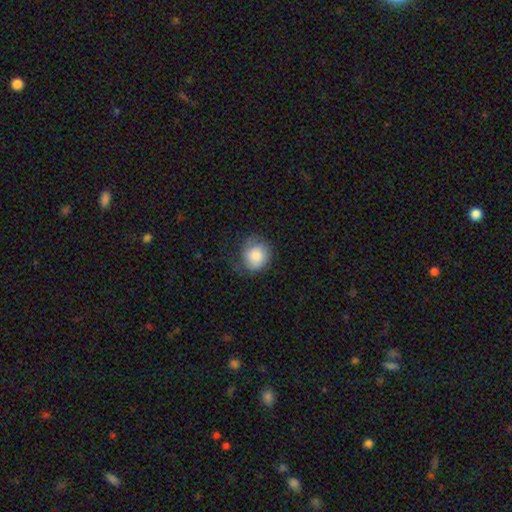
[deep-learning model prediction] smooth-or-featured: smooth: 79% | featured or disk: 14% | star or artifact: 7%
  how-rounded: round: 80% | in between: 19% | cigar-shaped: 1%
  merging: none: 59% | minor disturbance: 28% | major disturbance: 12% | merger: 1%